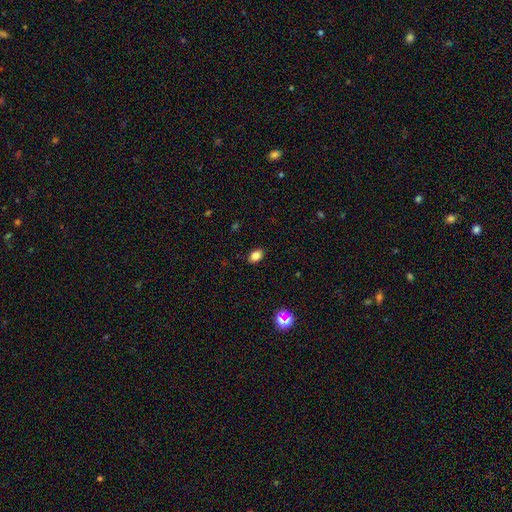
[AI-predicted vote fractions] smooth-or-featured: smooth: 81% | star or artifact: 12% | featured or disk: 7%
  how-rounded: in between: 82% | round: 17% | cigar-shaped: 1%
  merging: none: 89% | minor disturbance: 8% | major disturbance: 2% | merger: 1%